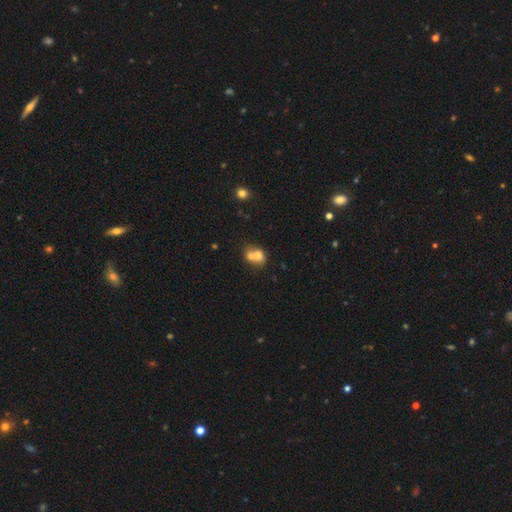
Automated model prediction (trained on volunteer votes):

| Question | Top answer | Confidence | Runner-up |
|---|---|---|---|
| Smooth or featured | smooth | 70% | featured or disk (20%) |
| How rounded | round | 58% | in between (41%) |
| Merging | merger | 68% | none (22%) |